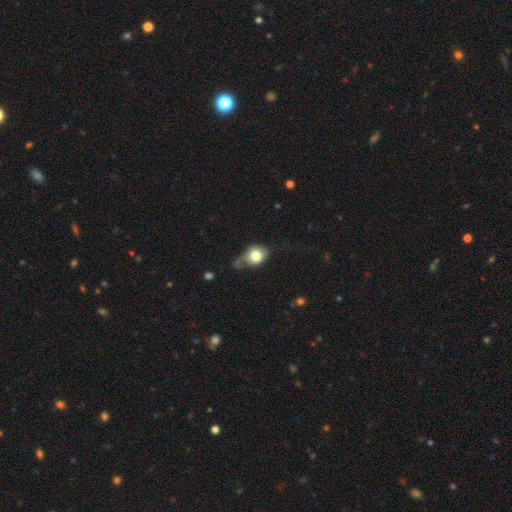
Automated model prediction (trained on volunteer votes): A smooth galaxy with no disk features (73%) that is round (49%, tied with in between).

Vote fractions:
- Smooth or featured? smooth: 73% / featured or disk: 19% / star or artifact: 9%
- How rounded? round: 49% (tied) / in between: 49% (tied) / cigar-shaped: 2%
- Merging? minor disturbance: 36% / none: 31% / major disturbance: 27% / merger: 6%